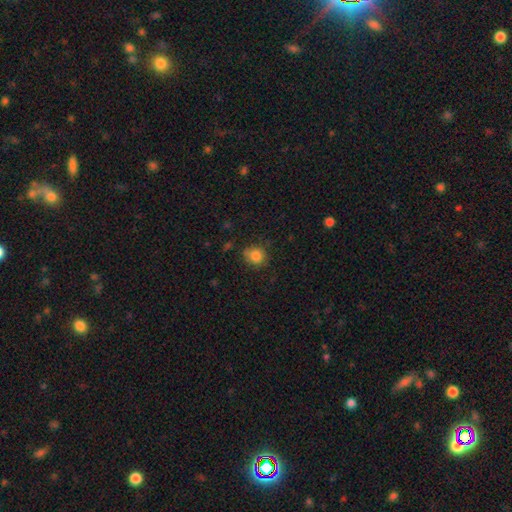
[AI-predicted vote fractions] The model was most divided on "merging": none: 73%, minor disturbance: 19%, major disturbance: 5%, merger: 2%. More confident: smooth or featured — smooth (84%); how rounded — round (81%).